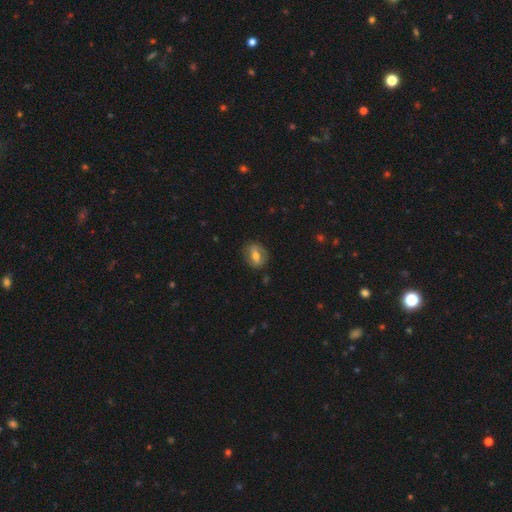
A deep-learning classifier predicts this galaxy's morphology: smooth-or-featured: featured or disk: 49% | smooth: 44% | star or artifact: 7%
  merging: none: 77% | minor disturbance: 15% | major disturbance: 6% | merger: 1%